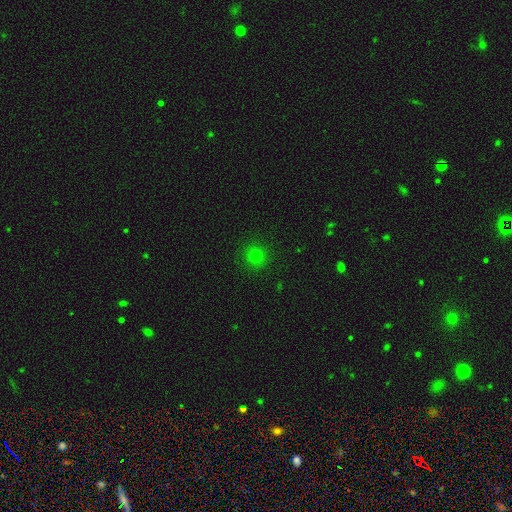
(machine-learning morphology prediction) This appears to be a smooth galaxy with no disk features (75%) that is round (94%). Merging: none (91%).